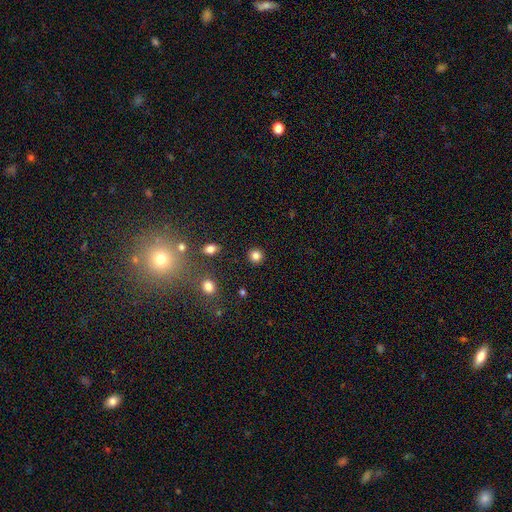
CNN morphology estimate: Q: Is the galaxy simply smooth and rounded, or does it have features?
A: smooth — 83%.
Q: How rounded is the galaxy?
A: round — 93%.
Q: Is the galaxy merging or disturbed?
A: none — 91%.